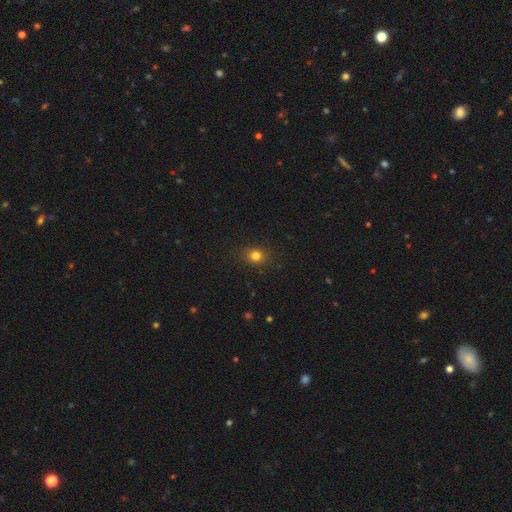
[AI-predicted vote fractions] Q: Smooth or featured?
A: smooth (81%); runner-up: star or artifact (14%)
Q: How rounded?
A: round (74%); runner-up: in between (25%)
Q: Merging?
A: none (88%); runner-up: minor disturbance (8%)